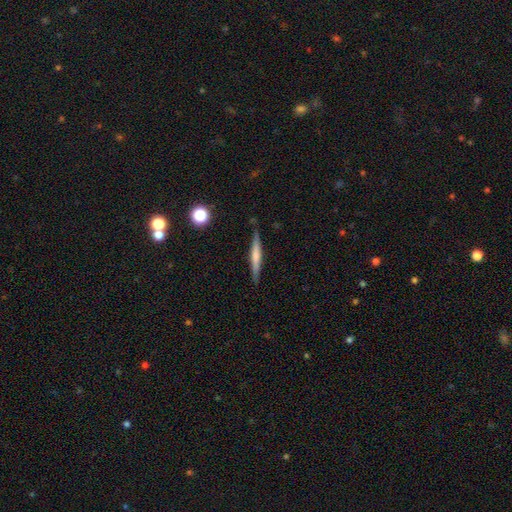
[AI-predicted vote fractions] Smooth or featured? Predicted: smooth (p=0.48). Merging? Predicted: none (p=0.86).